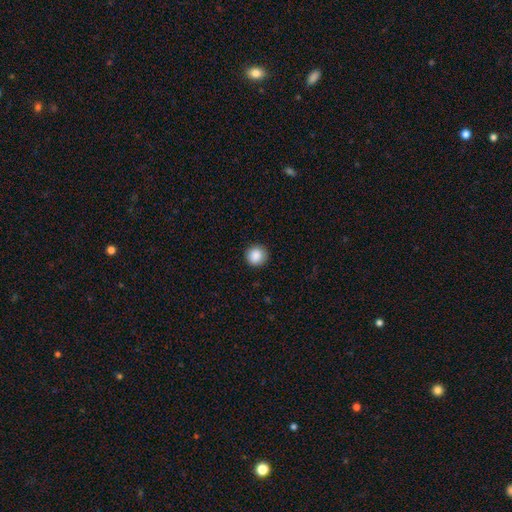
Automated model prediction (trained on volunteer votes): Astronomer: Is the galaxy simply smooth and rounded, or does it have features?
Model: smooth — 88%.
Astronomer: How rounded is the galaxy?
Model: round — 94%.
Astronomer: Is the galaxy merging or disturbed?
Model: none — 92%.